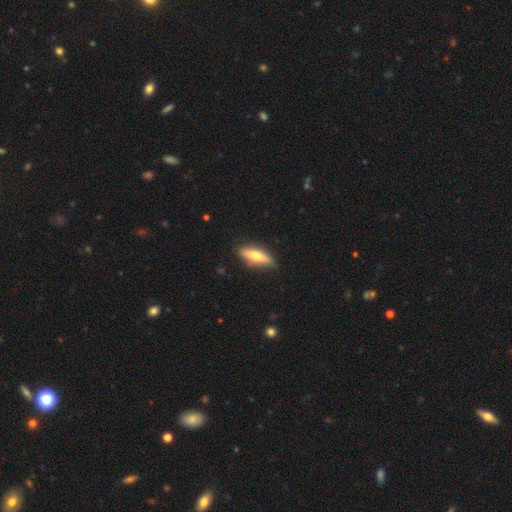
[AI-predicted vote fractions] Morphology: type=smooth (59%); roundness=cigar-shaped (52%); merging=none (83%).